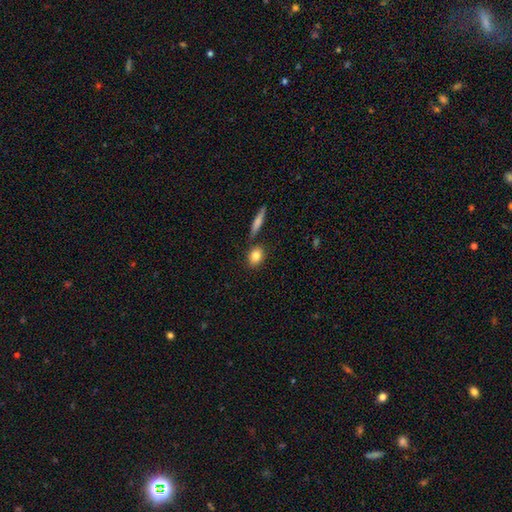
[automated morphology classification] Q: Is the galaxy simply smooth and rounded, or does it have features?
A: smooth — 83%.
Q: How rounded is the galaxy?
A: in between — 52%.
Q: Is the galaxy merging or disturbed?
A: none — 79%.